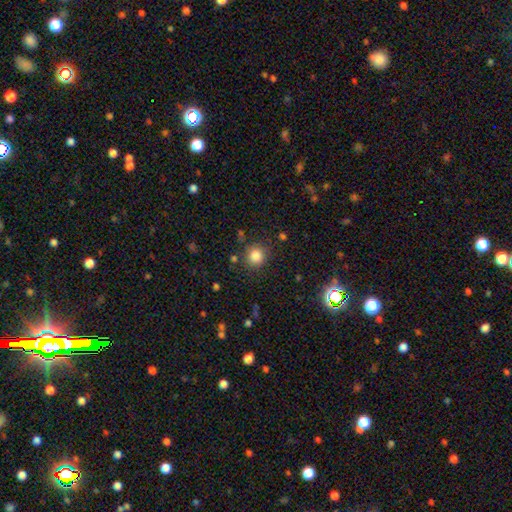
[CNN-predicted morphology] Q: Smooth or featured?
A: smooth (83%); runner-up: star or artifact (12%)
Q: How rounded?
A: round (90%); runner-up: in between (9%)
Q: Merging?
A: none (84%); runner-up: minor disturbance (10%)